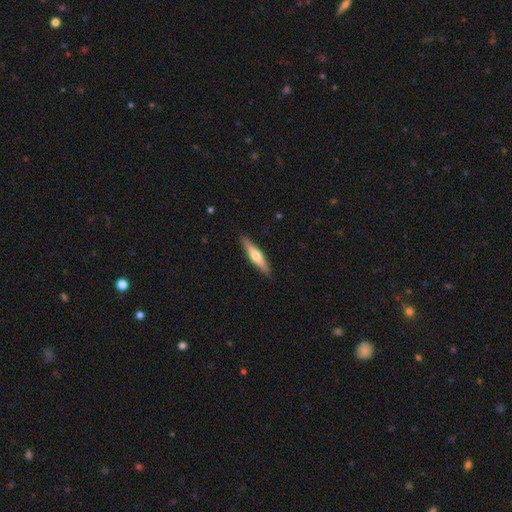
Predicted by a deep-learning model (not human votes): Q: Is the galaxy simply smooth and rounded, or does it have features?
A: featured or disk — 50%.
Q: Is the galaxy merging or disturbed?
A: none — 89%.